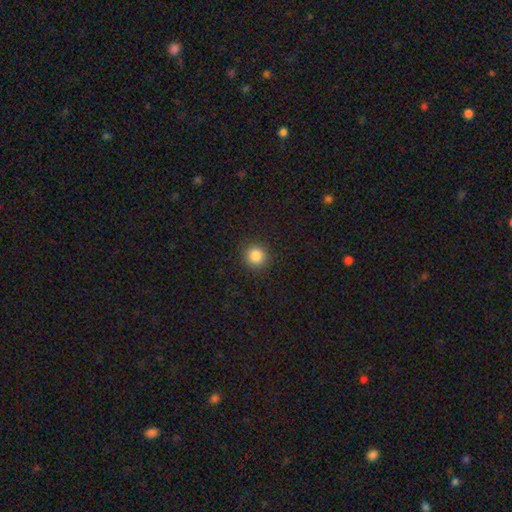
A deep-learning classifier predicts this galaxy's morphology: This appears to be a smooth galaxy with no disk features (85%) that is round (93%). Merging: none (92%).